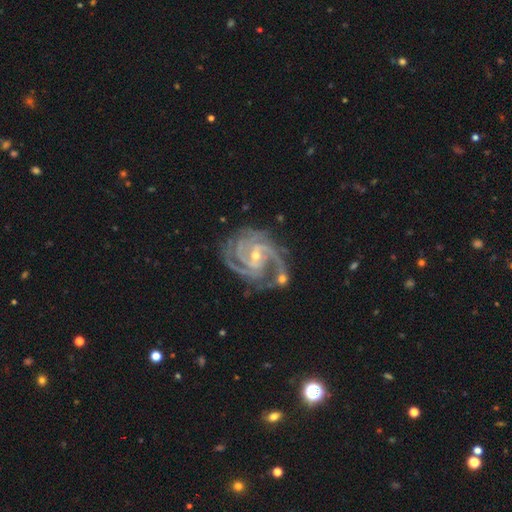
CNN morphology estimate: featured or disk 93%, star or artifact 5%, smooth 2%. Down the decision tree: edge-on disk — no (98%); bar — weak (43%); spiral arms — yes (99%); spiral arm count — 3 (42%); spiral winding — tight (59%); bulge size — small (64%); merging — none (61%).